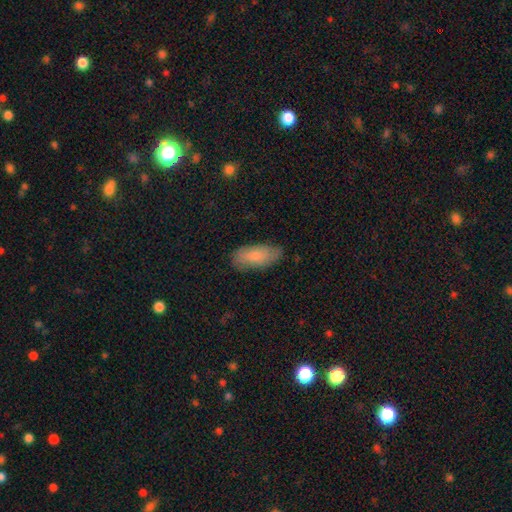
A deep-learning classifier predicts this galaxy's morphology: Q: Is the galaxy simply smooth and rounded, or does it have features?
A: smooth — 77%.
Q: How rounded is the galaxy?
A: in between — 86%.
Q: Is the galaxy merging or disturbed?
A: none — 76%.